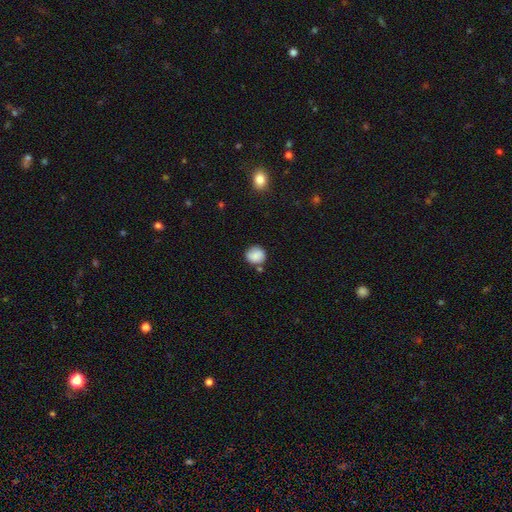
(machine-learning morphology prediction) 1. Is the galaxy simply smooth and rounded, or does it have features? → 84% smooth, 8% star or artifact, 8% featured or disk.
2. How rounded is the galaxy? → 85% round, 14% in between, 1% cigar-shaped.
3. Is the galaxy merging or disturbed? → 73% none, 15% minor disturbance, 8% merger, 4% major disturbance.